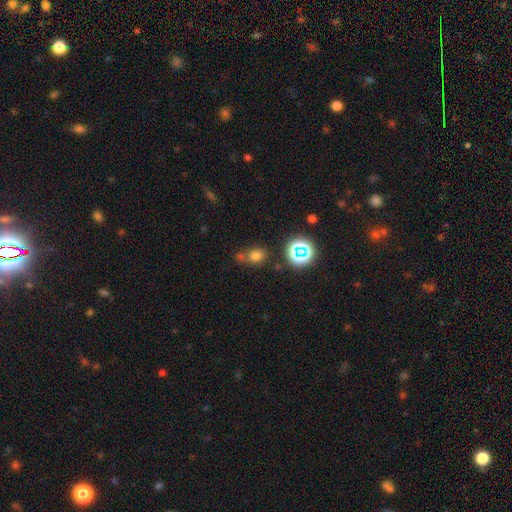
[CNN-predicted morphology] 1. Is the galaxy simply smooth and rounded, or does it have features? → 70% smooth, 22% star or artifact, 8% featured or disk.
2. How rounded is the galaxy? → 64% round, 35% in between, 1% cigar-shaped.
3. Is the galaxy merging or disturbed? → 60% none, 19% merger, 15% minor disturbance, 5% major disturbance.